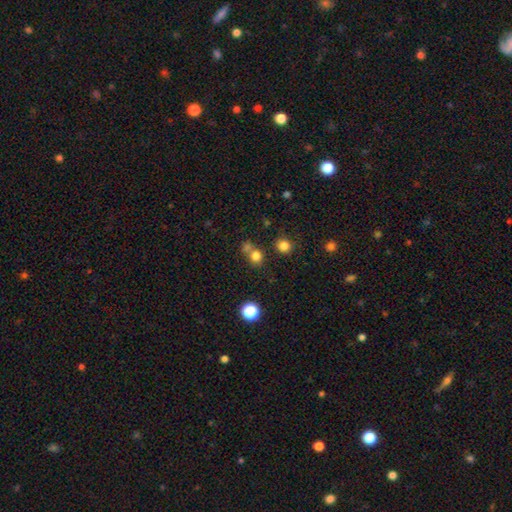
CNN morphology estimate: A smooth galaxy with no disk features (76%) that is round (81%). Merging: none (58%).